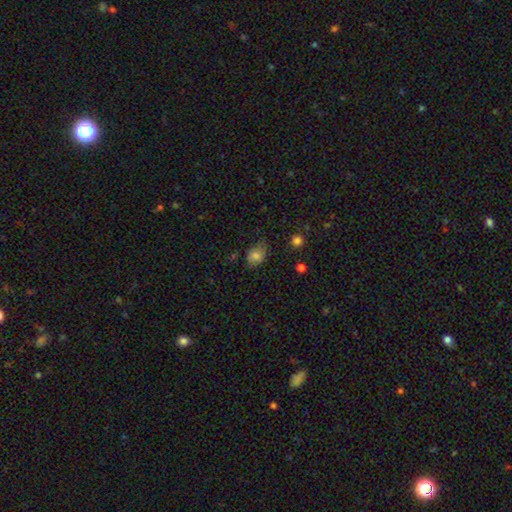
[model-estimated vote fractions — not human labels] smooth 79%, star or artifact 12%, featured or disk 9%. Down the decision tree: how rounded — in between (65%); merging — none (56%).